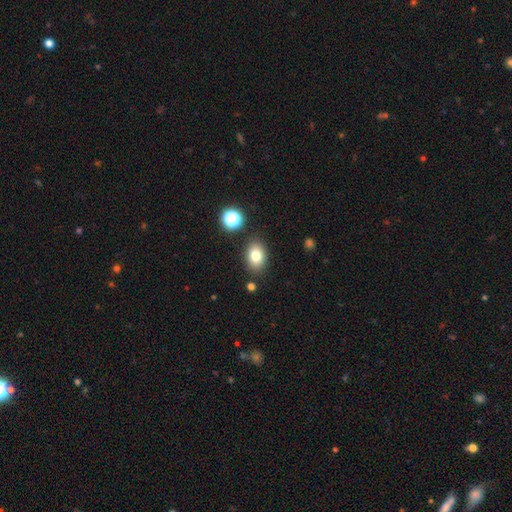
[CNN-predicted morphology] smooth-or-featured: smooth: 79% | star or artifact: 11% | featured or disk: 10%
  how-rounded: in between: 76% | round: 23% | cigar-shaped: 1%
  merging: none: 84% | minor disturbance: 10% | merger: 4% | major disturbance: 3%